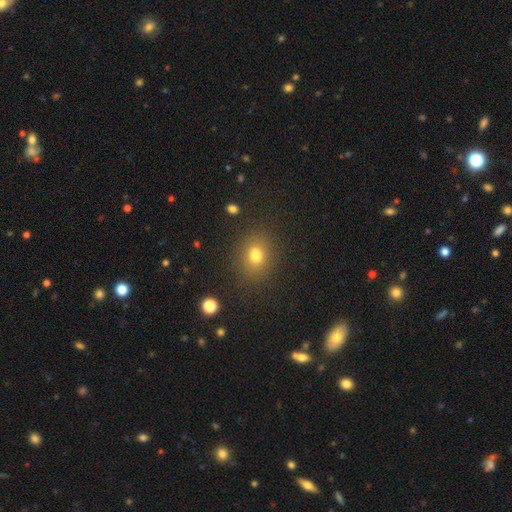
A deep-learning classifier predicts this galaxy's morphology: The model was most divided on "how rounded": round: 53%, in between: 46%, cigar-shaped: 1%. More confident: merging — none (83%); smooth or featured — smooth (75%).